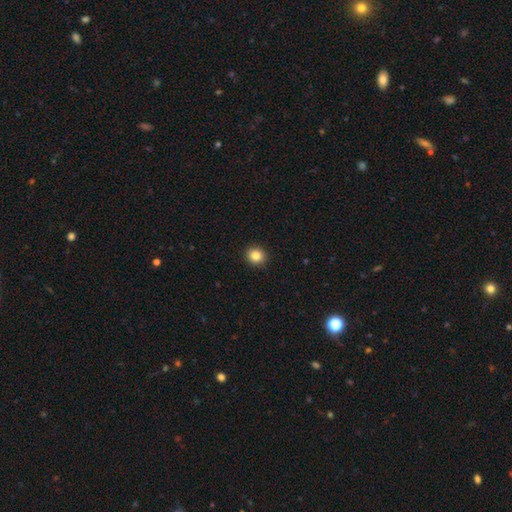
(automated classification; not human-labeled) Smooth or featured: smooth — 86% (star or artifact — 10%)
How rounded: round — 88% (in between — 12%)
Merging: none — 92% (minor disturbance — 5%)